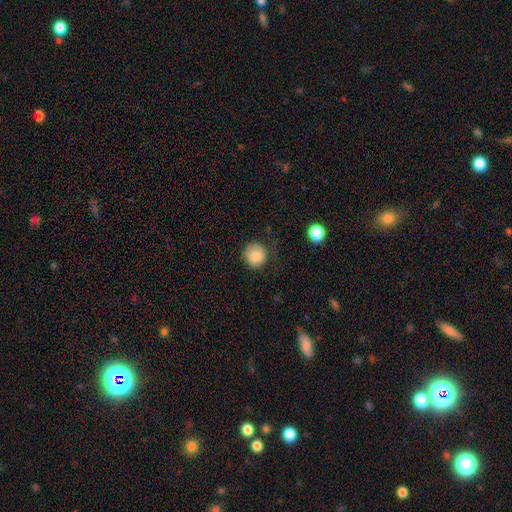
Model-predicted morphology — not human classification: This is clearly a smooth galaxy (86%). How rounded: clearly round (91%). Merging: likely none (76%).